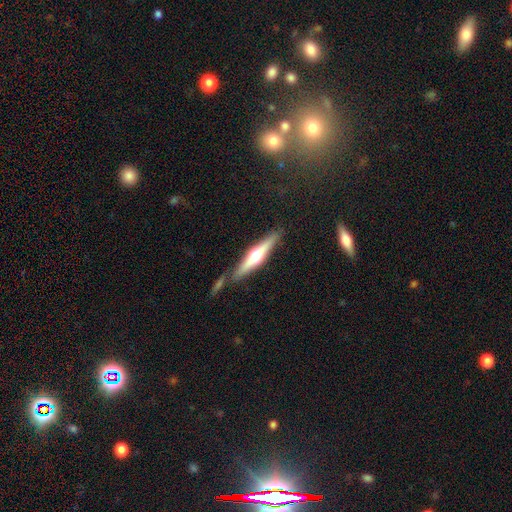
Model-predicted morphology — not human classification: Smooth or featured? Predicted: featured or disk (p=0.61). Edge-on disk? Predicted: yes (p=0.95). Edge-on bulge? Predicted: rounded (p=0.91). Merging? Predicted: none (p=0.75).